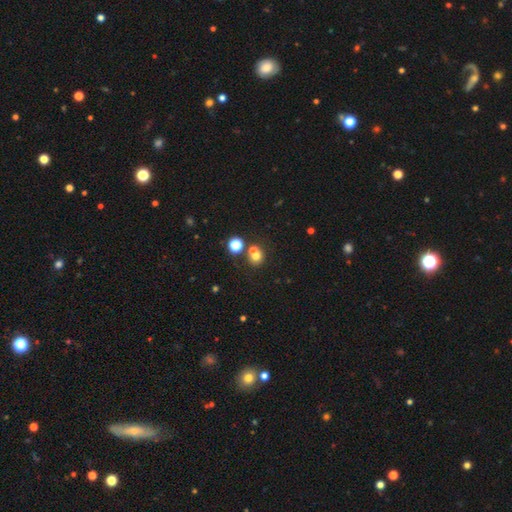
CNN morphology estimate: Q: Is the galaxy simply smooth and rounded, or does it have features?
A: smooth — 66%.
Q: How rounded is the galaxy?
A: round — 84%.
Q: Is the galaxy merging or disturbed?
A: none — 51%.